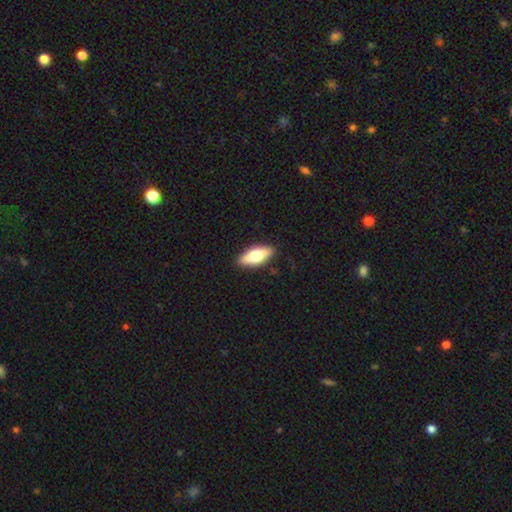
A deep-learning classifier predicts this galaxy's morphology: Q: Smooth or featured?
A: smooth (65%); runner-up: featured or disk (29%)
Q: How rounded?
A: in between (73%); runner-up: cigar-shaped (24%)
Q: Merging?
A: none (89%); runner-up: minor disturbance (8%)